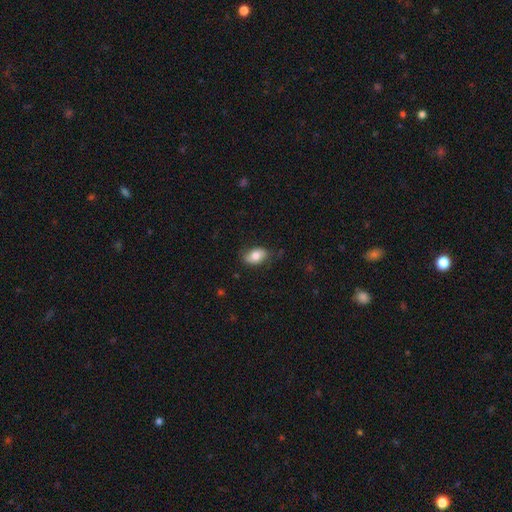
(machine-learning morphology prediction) Smooth or featured: smooth — 75% (featured or disk — 18%)
How rounded: in between — 90% (round — 8%)
Merging: none — 74% (minor disturbance — 20%)